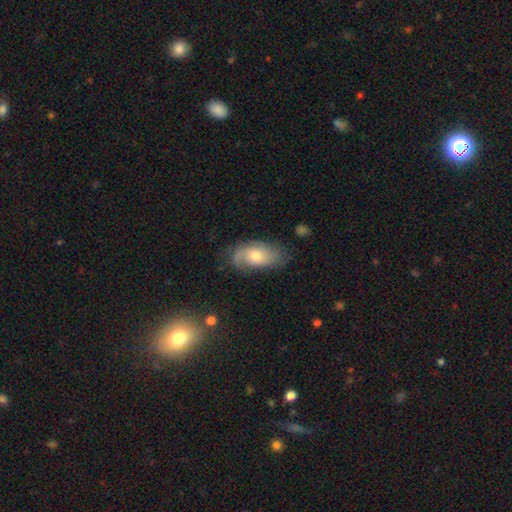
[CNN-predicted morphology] Smooth or featured?
  - featured or disk: 51% *
  - smooth: 41%
  - star or artifact: 8%
Edge-on disk?
  - no: 92% *
  - yes: 8%
Merging?
  - none: 62% *
  - minor disturbance: 25%
  - major disturbance: 11%
  - merger: 2%